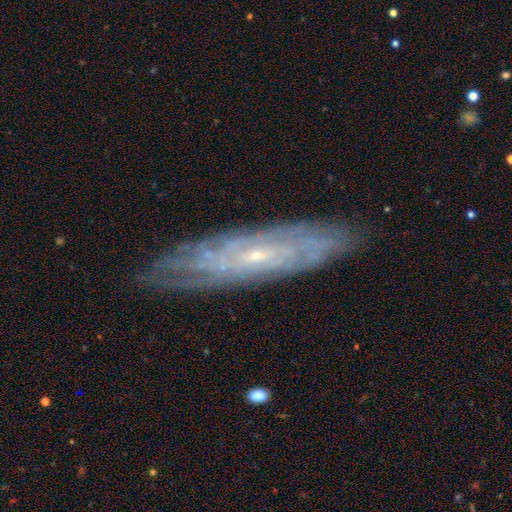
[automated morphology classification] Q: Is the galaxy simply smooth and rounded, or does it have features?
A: featured or disk — 81%.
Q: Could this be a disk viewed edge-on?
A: no — 72%.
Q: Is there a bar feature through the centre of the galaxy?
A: no — 62%.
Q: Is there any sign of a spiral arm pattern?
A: yes — 92%.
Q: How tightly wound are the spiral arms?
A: tight — 75%.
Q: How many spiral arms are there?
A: can't tell — 55%.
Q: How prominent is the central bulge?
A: small — 84%.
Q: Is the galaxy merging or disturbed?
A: none — 83%.